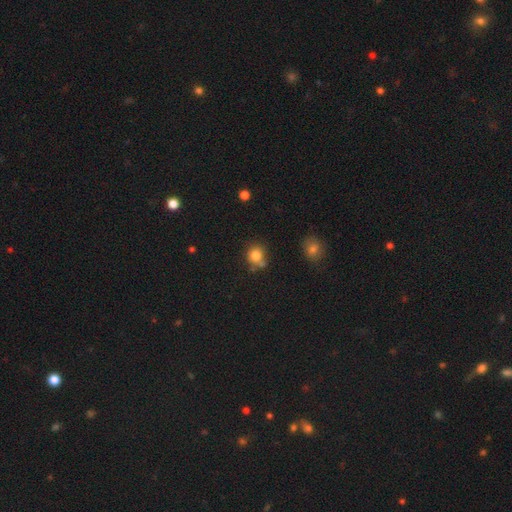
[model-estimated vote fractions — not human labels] This appears to be a smooth galaxy with no disk features (81%) that is round (83%). Merging: none (63%).